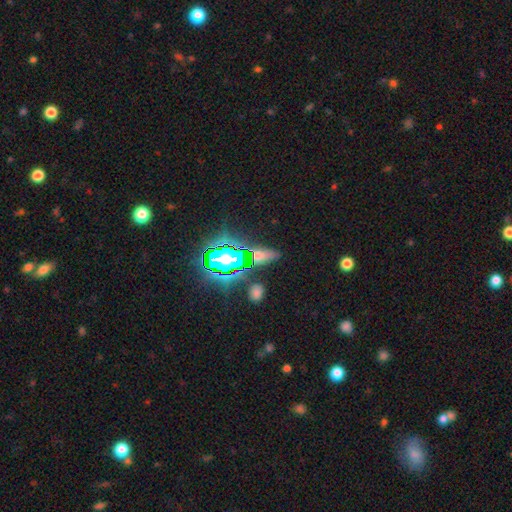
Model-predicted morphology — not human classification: Overall: star or artifact (63%).